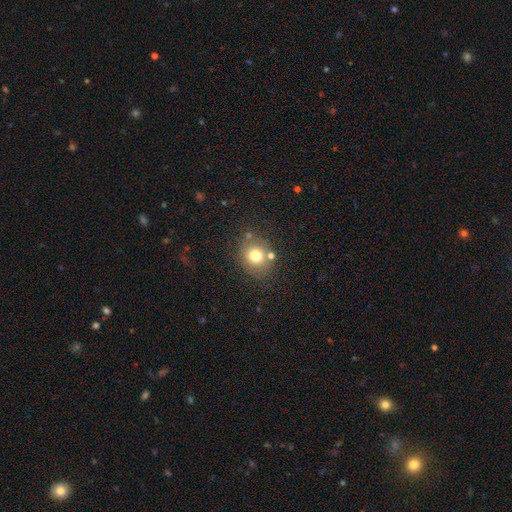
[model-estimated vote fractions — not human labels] Smooth or featured: smooth — 74% (featured or disk — 13%)
How rounded: round — 73% (in between — 26%)
Merging: none — 72% (minor disturbance — 13%)